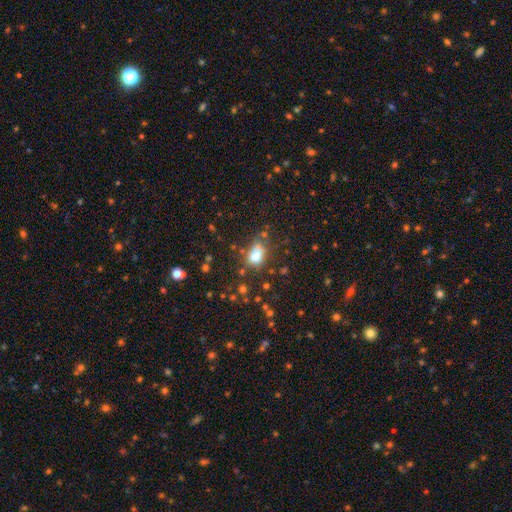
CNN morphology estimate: Smooth or featured: smooth — 77% (star or artifact — 13%)
How rounded: in between — 69% (round — 29%)
Merging: none — 58% (minor disturbance — 22%)